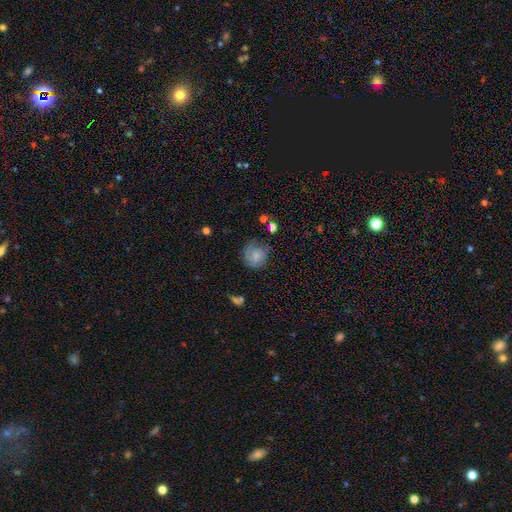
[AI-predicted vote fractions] A smooth galaxy with no disk features (63%) that is round (80%). Merging: none (58%).